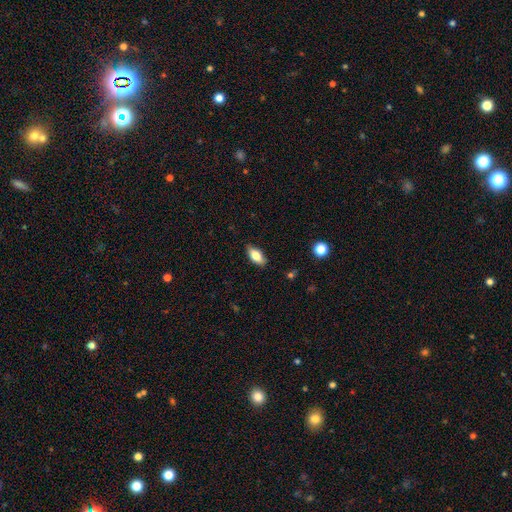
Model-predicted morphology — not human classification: The model was most divided on "smooth or featured": smooth: 77%, featured or disk: 16%, star or artifact: 7%. More confident: how rounded — in between (87%); merging — none (85%).